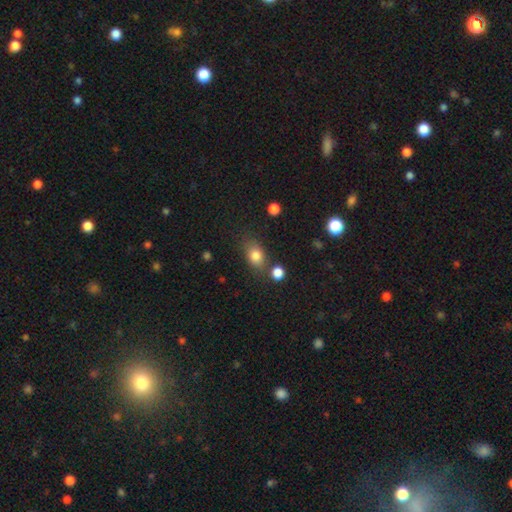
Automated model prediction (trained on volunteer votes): Morphology: type=smooth (81%); roundness=in between (70%); merging=none (69%).